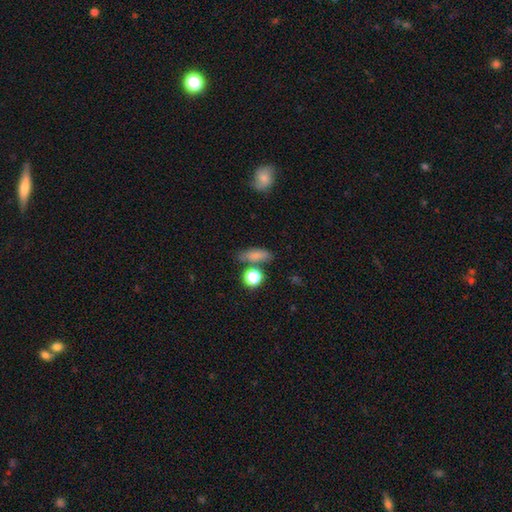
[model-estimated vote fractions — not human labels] This appears to be a smooth galaxy with no disk features (77%) that is in between round and cigar-shaped (57%). Merging: none (67%).